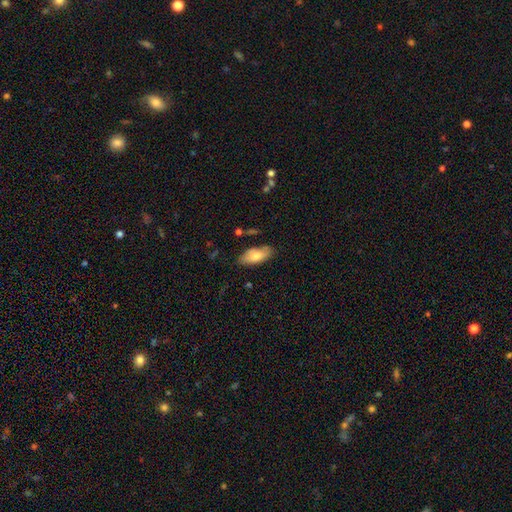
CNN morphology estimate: Smooth or featured: smooth — 77% (featured or disk — 16%)
How rounded: in between — 85% (cigar-shaped — 13%)
Merging: none — 76% (minor disturbance — 18%)